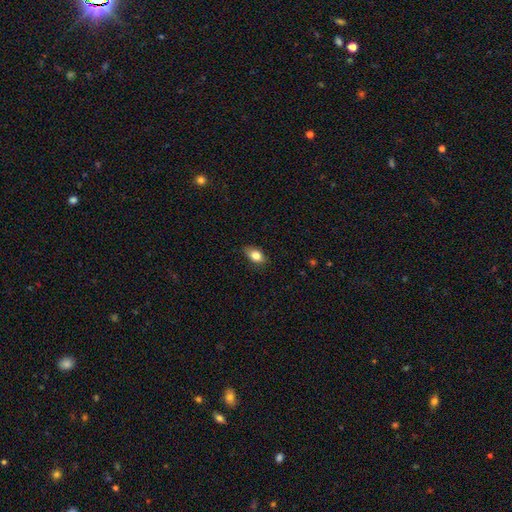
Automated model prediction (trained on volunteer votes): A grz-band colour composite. It shows a smooth galaxy with no disk features (81%) that is in between round and cigar-shaped (83%). Merging: none (78%).